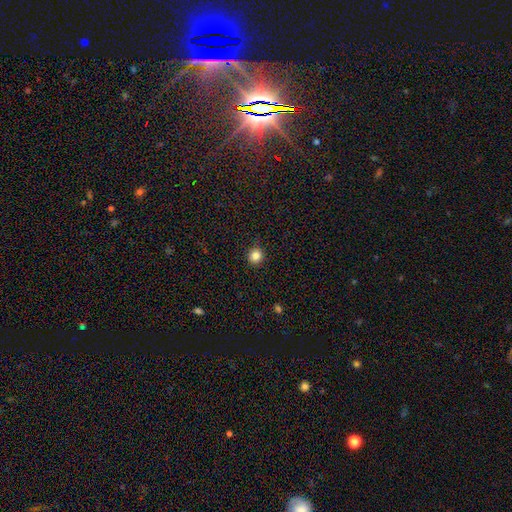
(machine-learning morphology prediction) Smooth or featured?
  - smooth: 84% *
  - star or artifact: 12%
  - featured or disk: 5%
How rounded?
  - round: 91% *
  - in between: 8%
  - cigar-shaped: 1%
Merging?
  - none: 89% *
  - minor disturbance: 8%
  - major disturbance: 2%
  - merger: 1%